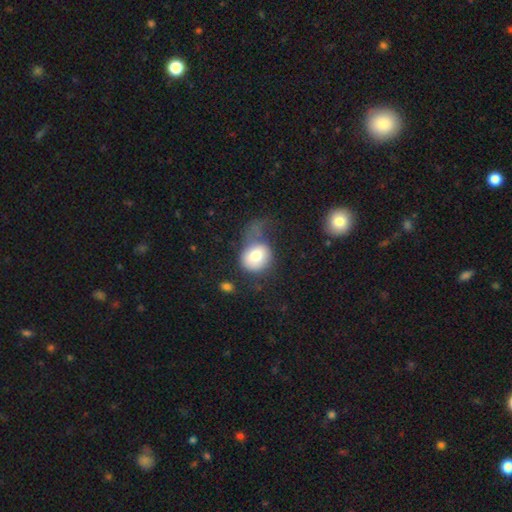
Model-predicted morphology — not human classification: A smooth galaxy with no disk features (74%) that is round (67%). Merging: major disturbance (46%).